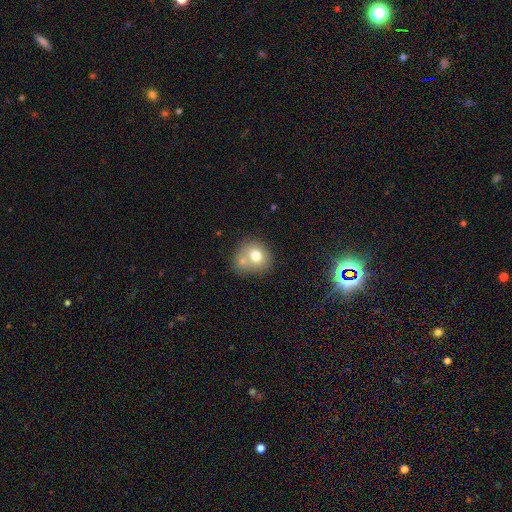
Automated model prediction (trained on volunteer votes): This appears to be a smooth galaxy with no disk features (72%) that is round (74%). Merging: none (41%, tied with merger).